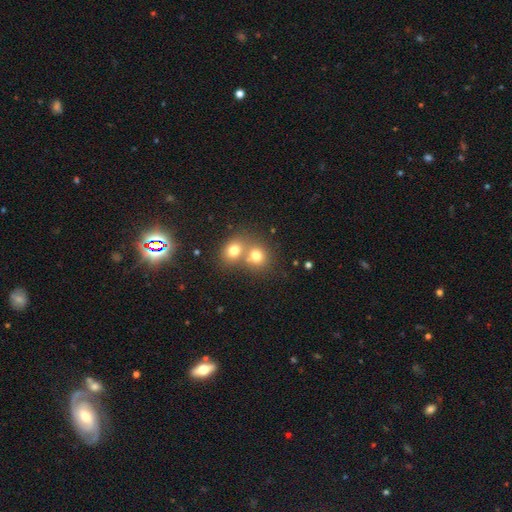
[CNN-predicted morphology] smooth-or-featured: smooth: 75% | star or artifact: 13% | featured or disk: 12%
  how-rounded: round: 74% | in between: 25% | cigar-shaped: 1%
  merging: merger: 55% | none: 36% | minor disturbance: 6% | major disturbance: 3%